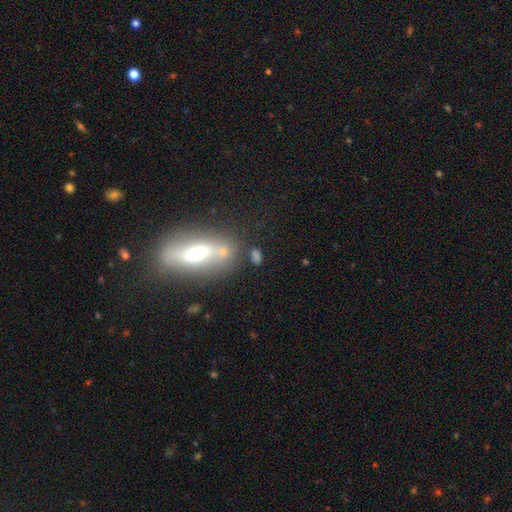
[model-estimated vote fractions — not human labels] Morphology: type=smooth (57%); roundness=in between (58%); merging=none (54%).